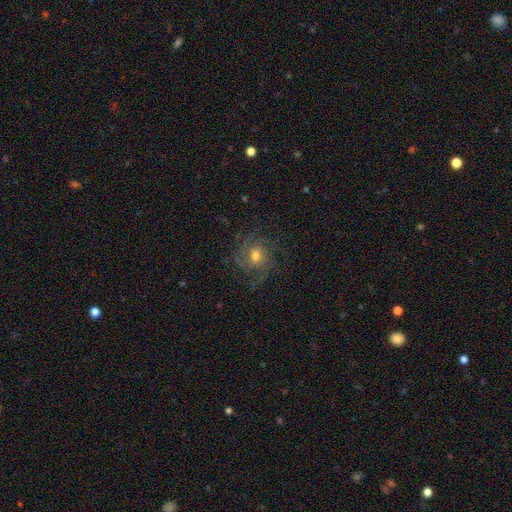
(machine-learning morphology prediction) This is likely a featured or disk galaxy (65%). It is clearly not viewed edge-on (97%). Bar: likely no (75%). Spiral arm pattern: clearly yes (89%). Spiral arm count: marginally can't tell (35%). Spiral winding: marginally tight (43%). Central bulge: likely moderate (64%). Merging: likely none (71%).